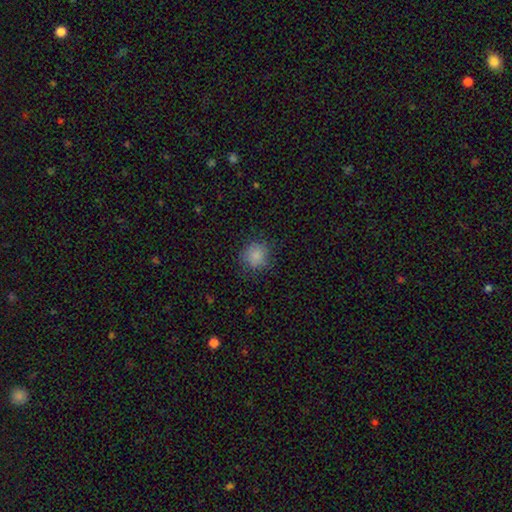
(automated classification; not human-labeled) Q: Smooth or featured?
A: smooth (83%); runner-up: star or artifact (11%)
Q: How rounded?
A: round (87%); runner-up: in between (12%)
Q: Merging?
A: none (78%); runner-up: minor disturbance (15%)